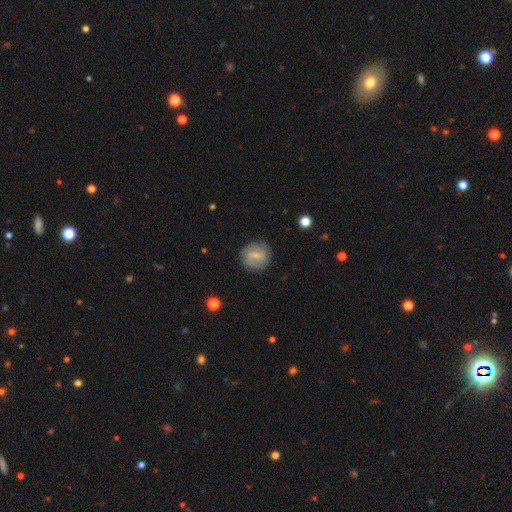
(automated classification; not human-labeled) A smooth galaxy with no disk features (61%) that is round (88%). Merging: none (83%).